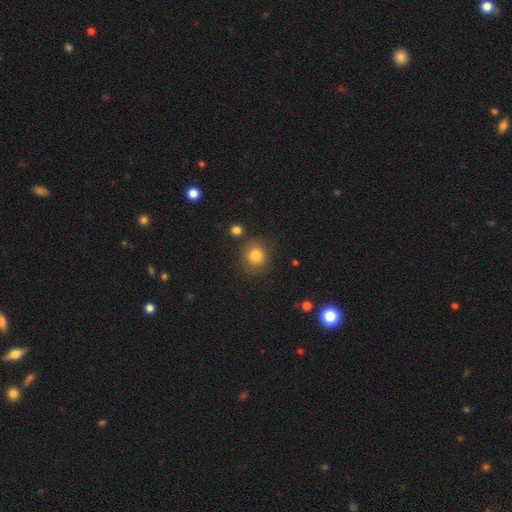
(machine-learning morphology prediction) type=smooth (81%); roundness=round (86%); merging=none (83%).